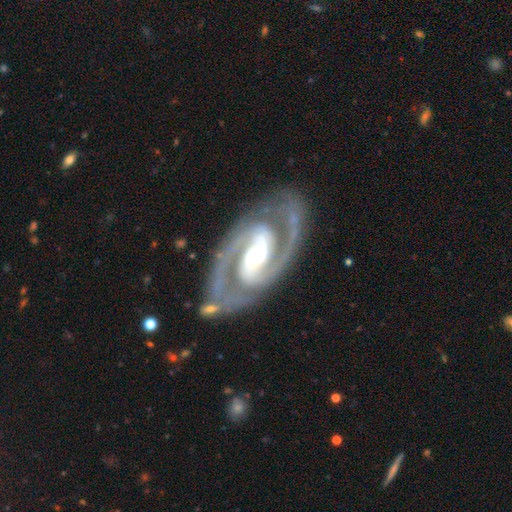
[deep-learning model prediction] This appears to be a featured or disk galaxy (93%) with a strong bar (43%), 2 (93%) medium (55%) spiral arms (98%) and a moderate central bulge (66%). Merging: none (77%).